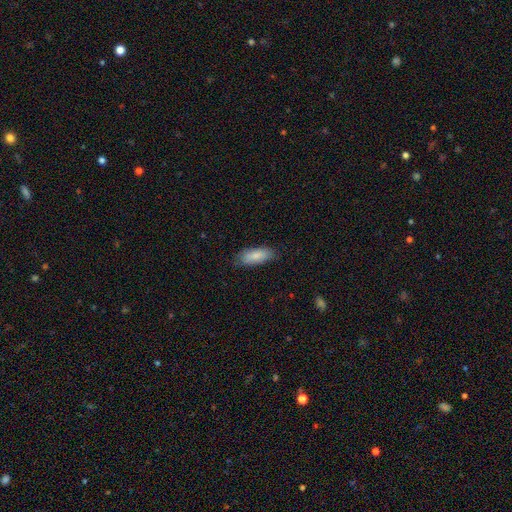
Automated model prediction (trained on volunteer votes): This appears to be a smooth galaxy with no disk features (85%) that is in between round and cigar-shaped (77%). Merging: none (79%).